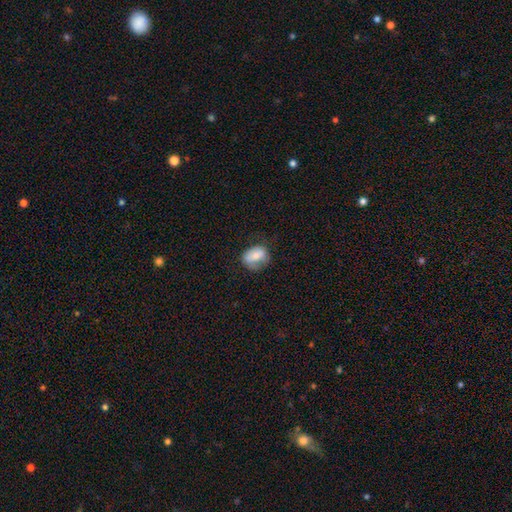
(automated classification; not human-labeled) A smooth galaxy with no disk features (66%) that is in between round and cigar-shaped (64%).

Vote fractions:
- Smooth or featured? smooth: 66% / featured or disk: 26% / star or artifact: 8%
- How rounded? in between: 64% / round: 34% / cigar-shaped: 1%
- Merging? none: 58% / minor disturbance: 28% / major disturbance: 11% / merger: 3%